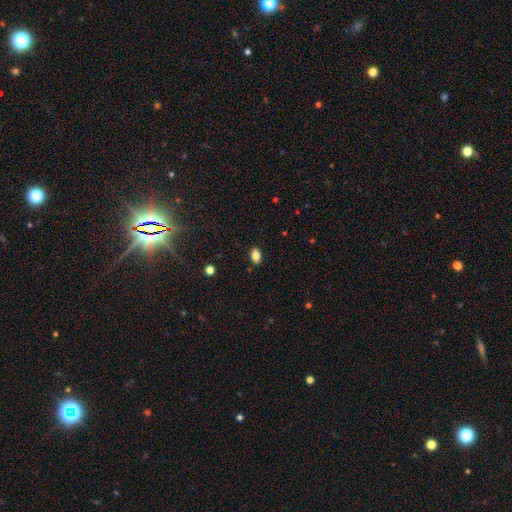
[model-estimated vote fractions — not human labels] smooth_or_featured: smooth (p=0.83) [alt: star or artifact p=0.10]
how_rounded: in between (p=0.84) [alt: round p=0.14]
merging: none (p=0.88) [alt: minor disturbance p=0.09]